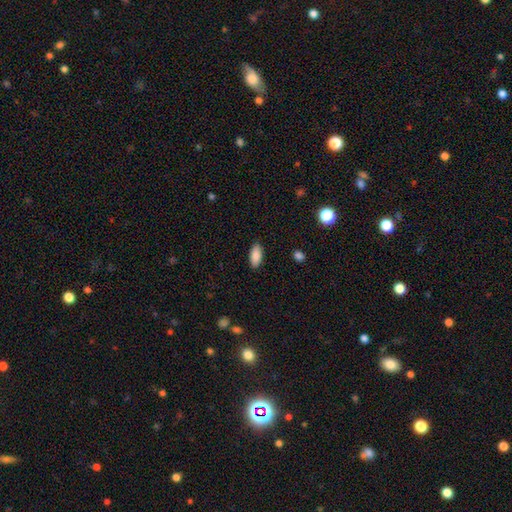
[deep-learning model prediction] This is clearly a smooth galaxy (88%). How rounded: clearly in between (89%). Merging: clearly none (88%).